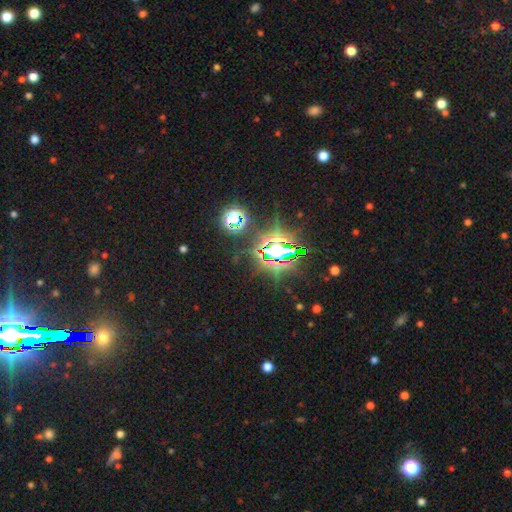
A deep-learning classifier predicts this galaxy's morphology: star or artifact 84%, smooth 9%, featured or disk 7%.